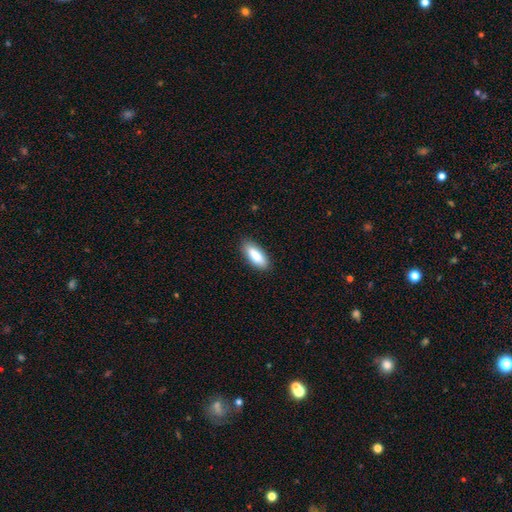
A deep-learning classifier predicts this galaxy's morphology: A smooth galaxy with no disk features (88%) that is in between round and cigar-shaped (76%).

Vote fractions:
- Smooth or featured? smooth: 88% / featured or disk: 6% / star or artifact: 6%
- How rounded? in between: 76% / cigar-shaped: 22% / round: 2%
- Merging? none: 88% / minor disturbance: 9% / major disturbance: 2% / merger: 1%